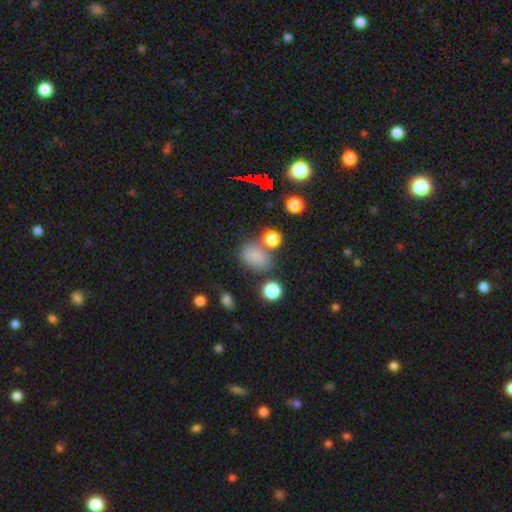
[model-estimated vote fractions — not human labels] Smooth or featured? smooth (77%)
How rounded? in between (64%)
Merging? none (58%)